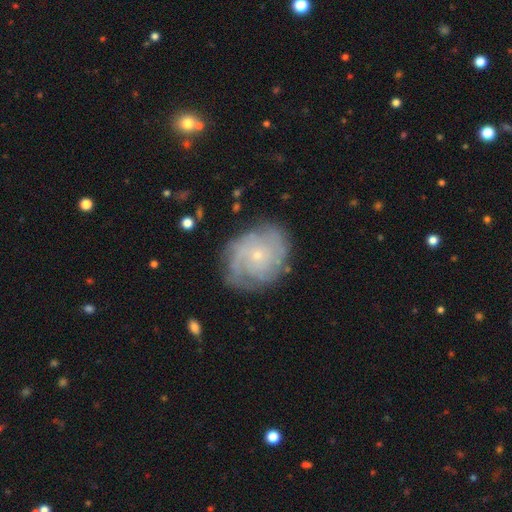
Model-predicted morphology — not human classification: featured or disk 75%, smooth 18%, star or artifact 7%. Down the decision tree: edge-on disk — no (97%); bar — no (82%); spiral arms — yes (89%); spiral arm count — can't tell (43%); spiral winding — tight (61%); bulge size — small (84%); merging — none (69%).